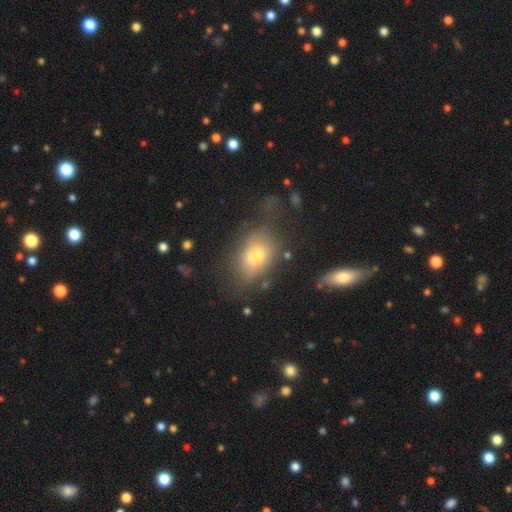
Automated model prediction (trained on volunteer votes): A smooth galaxy with no disk features (69%) that is in between round and cigar-shaped (75%). Merging: none (55%).